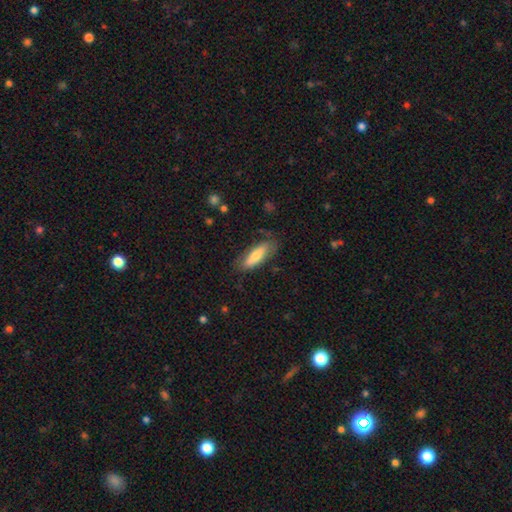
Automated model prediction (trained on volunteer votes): Smooth or featured? smooth (70%)
How rounded? in between (50%)
Merging? none (75%)